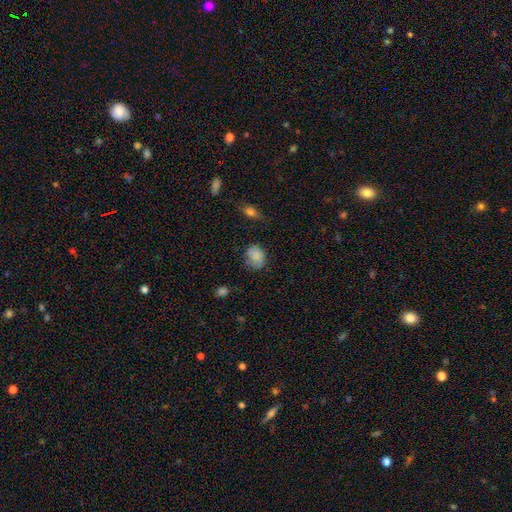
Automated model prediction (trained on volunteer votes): smooth-or-featured: smooth: 83% | featured or disk: 9% | star or artifact: 8%
  how-rounded: round: 56% | in between: 43% | cigar-shaped: 1%
  merging: none: 63% | minor disturbance: 28% | major disturbance: 7% | merger: 2%